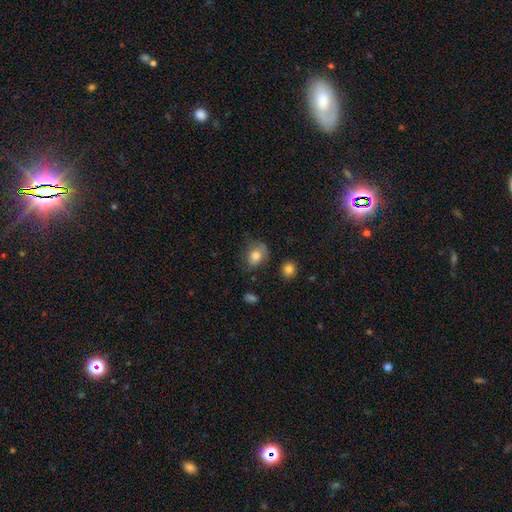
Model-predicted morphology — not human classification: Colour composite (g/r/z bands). It shows a smooth galaxy with no disk features (79%) that is in between round and cigar-shaped (55%). Merging: none (56%).